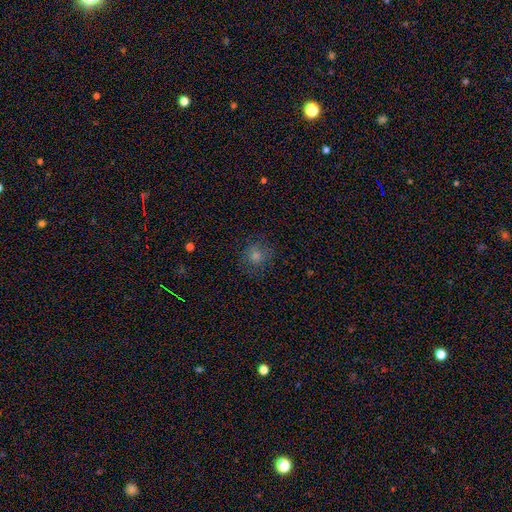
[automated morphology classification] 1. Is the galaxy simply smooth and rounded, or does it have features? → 65% smooth, 23% star or artifact, 12% featured or disk.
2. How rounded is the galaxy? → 89% round, 10% in between, 1% cigar-shaped.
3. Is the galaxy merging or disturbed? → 83% none, 11% minor disturbance, 4% major disturbance, 1% merger.